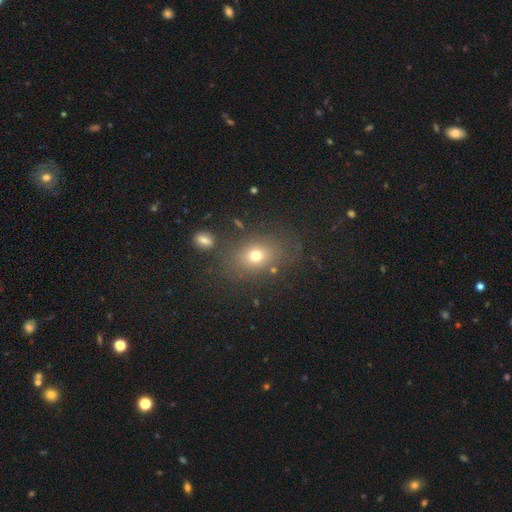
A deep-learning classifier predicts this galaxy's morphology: smooth_or_featured: smooth (p=0.70) [alt: star or artifact p=0.17]
how_rounded: in between (p=0.55) [alt: round p=0.44]
merging: none (p=0.75) [alt: minor disturbance p=0.13]